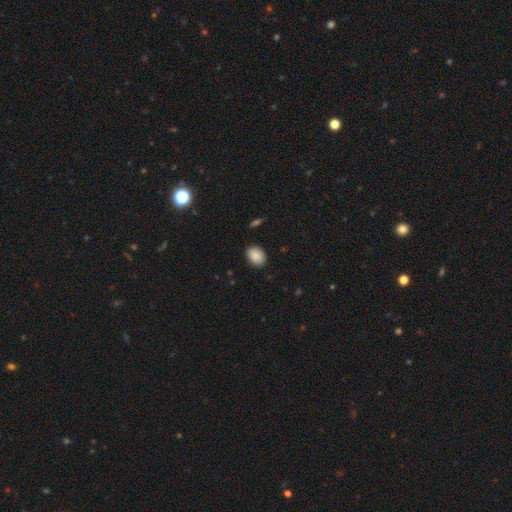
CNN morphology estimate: type=smooth (89%); roundness=in between (71%); merging=none (88%).